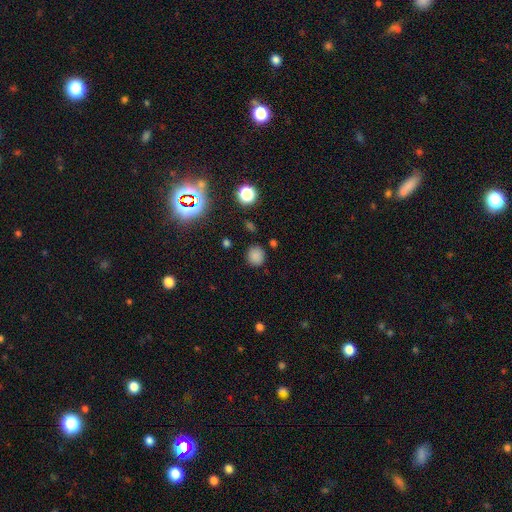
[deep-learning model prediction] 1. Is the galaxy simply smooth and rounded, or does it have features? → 80% smooth, 16% star or artifact, 4% featured or disk.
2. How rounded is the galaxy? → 86% round, 13% in between, 1% cigar-shaped.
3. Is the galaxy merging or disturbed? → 84% none, 10% minor disturbance, 3% major disturbance, 3% merger.